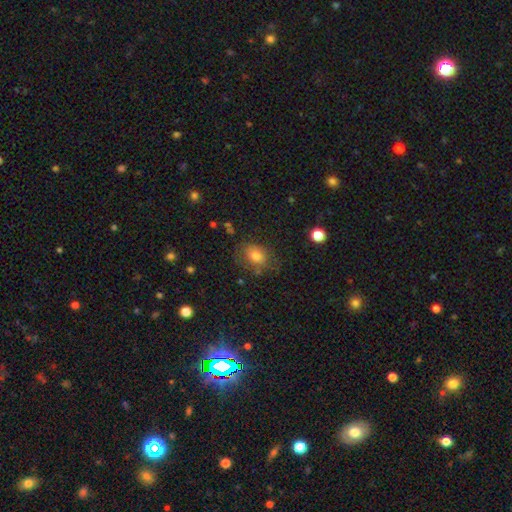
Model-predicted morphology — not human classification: Overall: smooth (76%). How rounded: in between (63%; round 36%). Merging: none (69%).